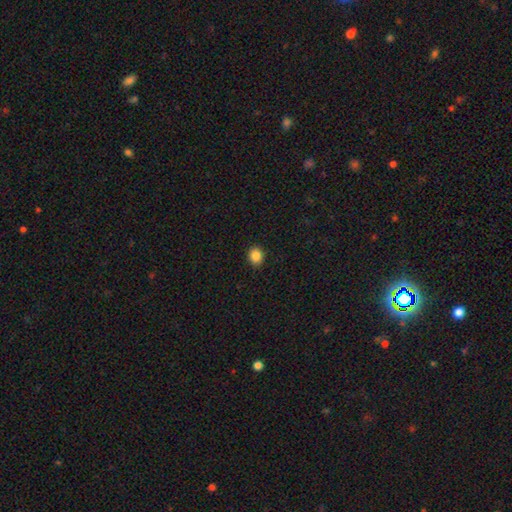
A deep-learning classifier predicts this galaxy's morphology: Smooth or featured? smooth (86%)
How rounded? round (66%)
Merging? none (91%)